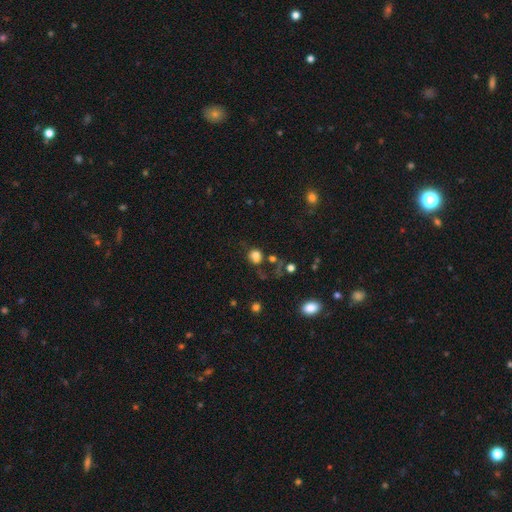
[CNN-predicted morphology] smooth-or-featured: smooth: 77% | star or artifact: 15% | featured or disk: 8%
  how-rounded: round: 77% | in between: 22% | cigar-shaped: 1%
  merging: none: 56% | minor disturbance: 18% | major disturbance: 14% | merger: 12%